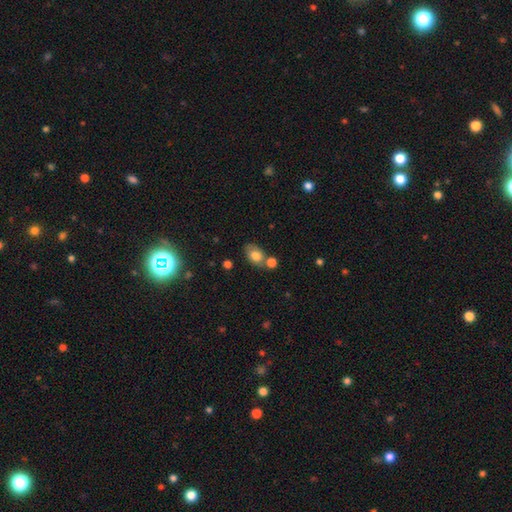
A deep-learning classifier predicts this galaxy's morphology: Smooth or featured?
  - smooth: 78% *
  - featured or disk: 13%
  - star or artifact: 9%
How rounded?
  - in between: 82% *
  - round: 16%
  - cigar-shaped: 2%
Merging?
  - none: 57% *
  - merger: 22%
  - minor disturbance: 16%
  - major disturbance: 5%